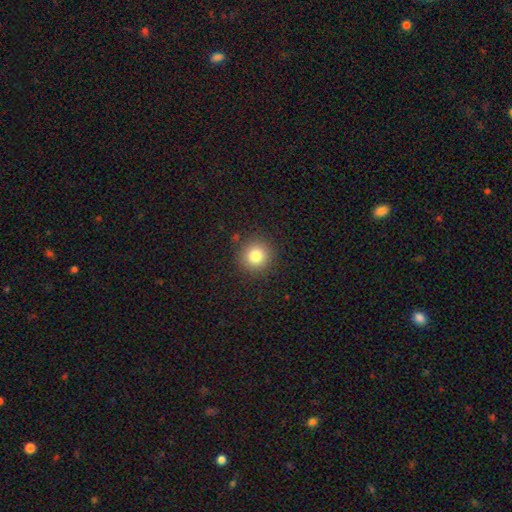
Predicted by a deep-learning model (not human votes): This is clearly a smooth galaxy (80%). How rounded: clearly round (94%). Merging: clearly none (89%).